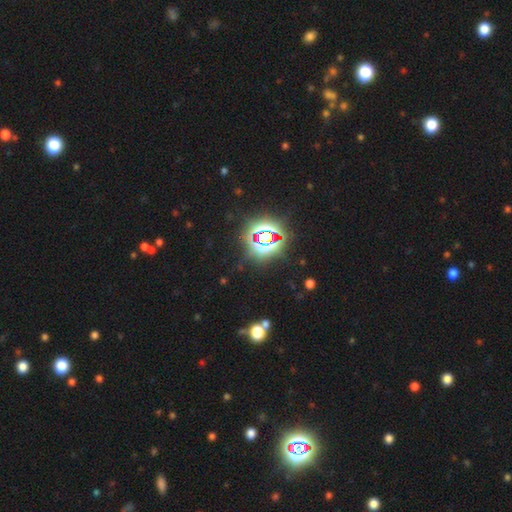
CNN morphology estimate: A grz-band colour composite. It shows a star or artifact, not a galaxy (82%).